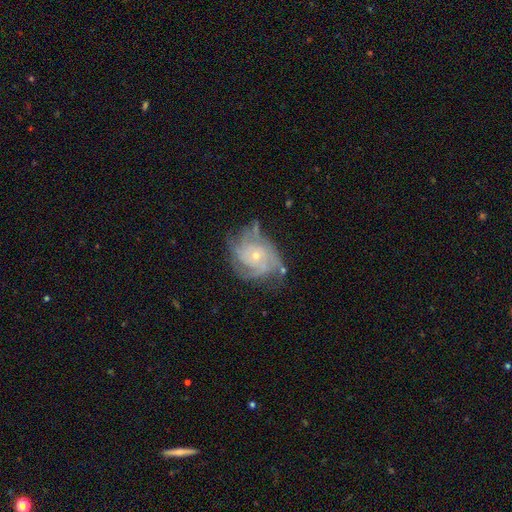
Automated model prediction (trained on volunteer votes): Smooth or featured: featured or disk — 82% (smooth — 10%)
Edge-on disk: no — 97% (yes — 3%)
Bar: no — 79% (weak — 18%)
Spiral arms: yes — 93% (no — 7%)
Spiral winding: tight — 59% (medium — 31%)
Spiral arm count: can't tell — 31% (3 — 22%)
Bulge size: small — 66% (moderate — 30%)
Merging: none — 62% (minor disturbance — 23%)